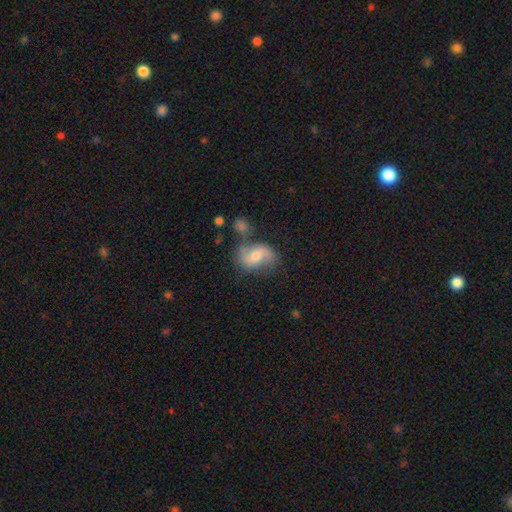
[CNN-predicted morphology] The model was most divided on "bar": no: 45%, weak: 44%, strong: 11%. Remaining: edge-on disk — no (97%); spiral arms — yes (93%); spiral arm count — 2 (90%); smooth or featured — featured or disk (73%); bulge size — moderate (64%); merging — none (62%); spiral winding — loose (48%).